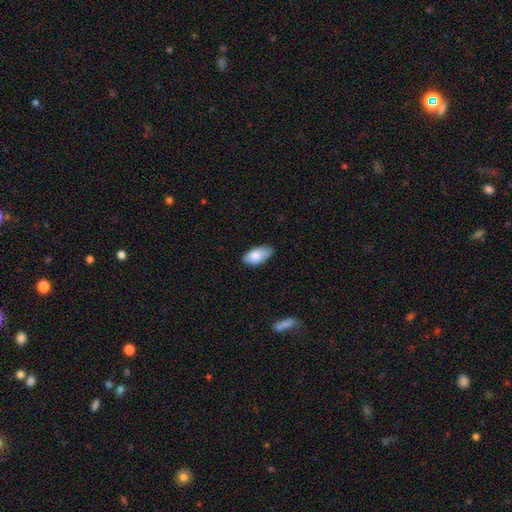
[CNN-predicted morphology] A smooth galaxy with no disk features (83%) that is in between round and cigar-shaped (93%).

Vote fractions:
- Smooth or featured? smooth: 83% / featured or disk: 11% / star or artifact: 6%
- How rounded? in between: 93% / cigar-shaped: 4% / round: 3%
- Merging? none: 73% / minor disturbance: 23% / major disturbance: 3% / merger: 1%